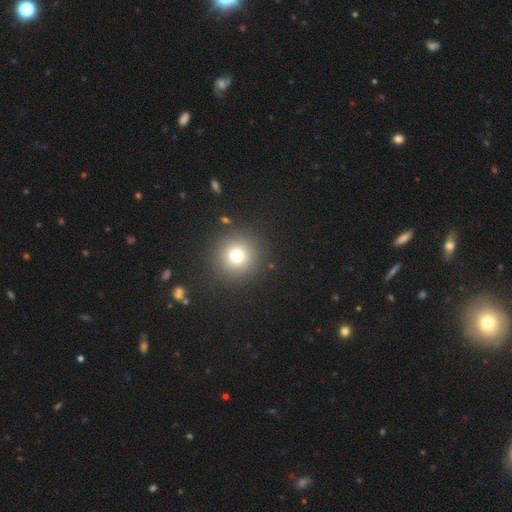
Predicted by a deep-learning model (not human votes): Overall: smooth (61%; star or artifact 32%). How rounded: round (95%). Merging: none (91%).